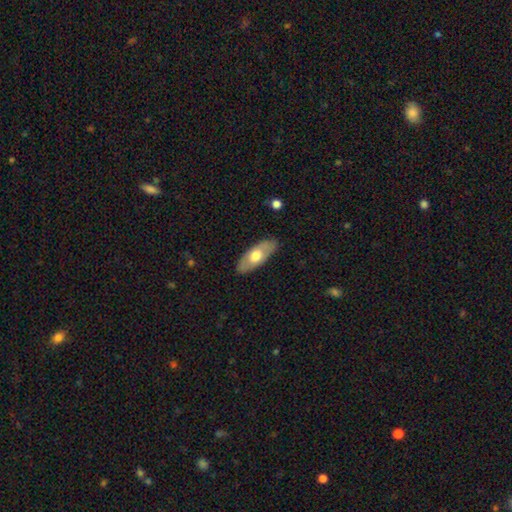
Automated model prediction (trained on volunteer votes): Smooth or featured? smooth (58%)
How rounded? in between (81%)
Merging? none (85%)